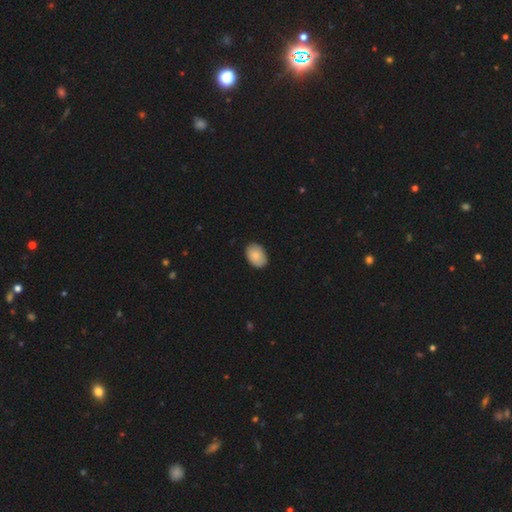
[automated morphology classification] Smooth or featured? Predicted: smooth (p=0.85). How rounded? Predicted: in between (p=0.81). Merging? Predicted: none (p=0.85).